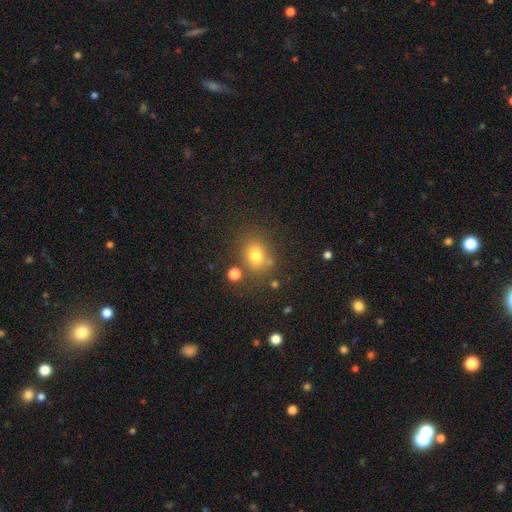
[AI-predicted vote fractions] This appears to be a smooth galaxy with no disk features (74%) that is round (56%). Merging: none (74%).